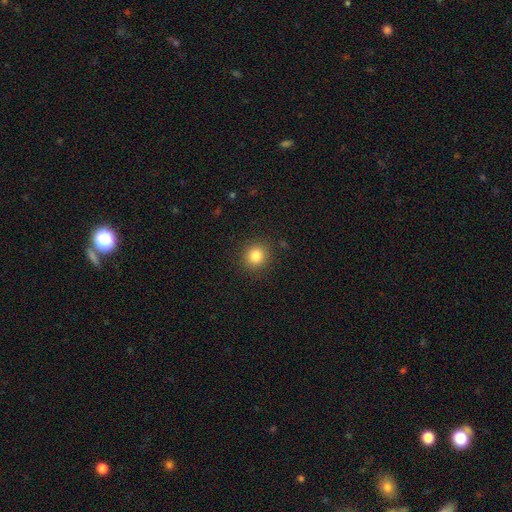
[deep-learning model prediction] Smooth or featured? Predicted: smooth (p=0.84). How rounded? Predicted: round (p=0.90). Merging? Predicted: none (p=0.90).